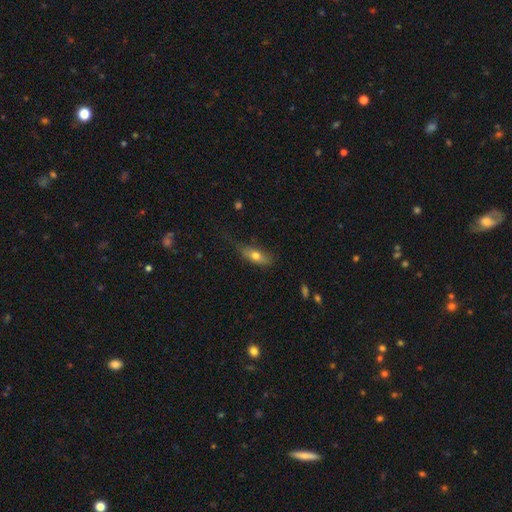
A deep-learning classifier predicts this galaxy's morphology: This appears to be a smooth galaxy with no disk features (69%) that is in between round and cigar-shaped (70%). Merging: none (48%).